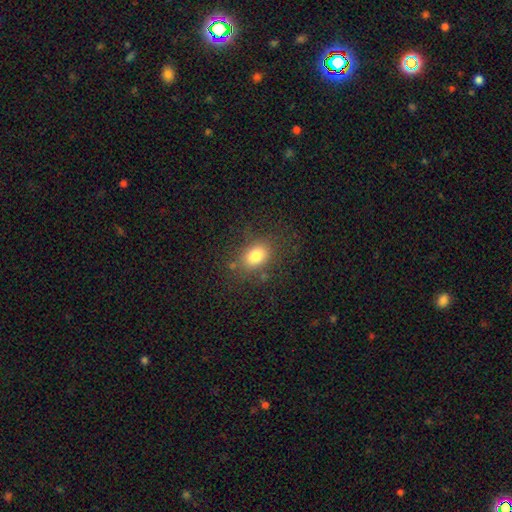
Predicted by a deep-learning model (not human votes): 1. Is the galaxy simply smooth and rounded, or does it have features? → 79% smooth, 11% star or artifact, 10% featured or disk.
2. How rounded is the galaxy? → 72% in between, 27% round, 1% cigar-shaped.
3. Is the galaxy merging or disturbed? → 75% none, 15% minor disturbance, 7% major disturbance, 3% merger.